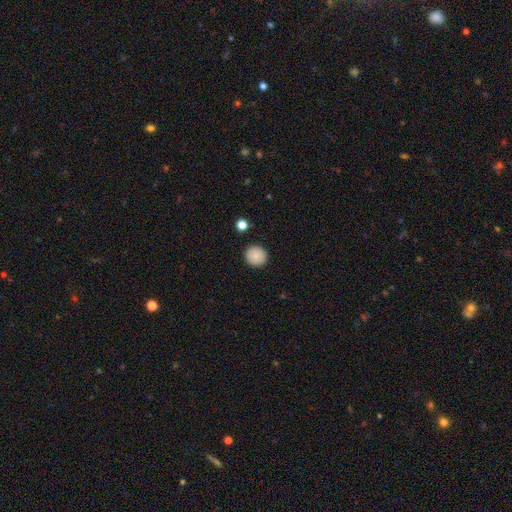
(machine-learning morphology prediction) A smooth galaxy with no disk features (87%) that is round (91%).

Vote fractions:
- Smooth or featured? smooth: 87% / star or artifact: 8% / featured or disk: 5%
- How rounded? round: 91% / in between: 8% / cigar-shaped: 1%
- Merging? none: 92% / minor disturbance: 5% / major disturbance: 2% / merger: 1%